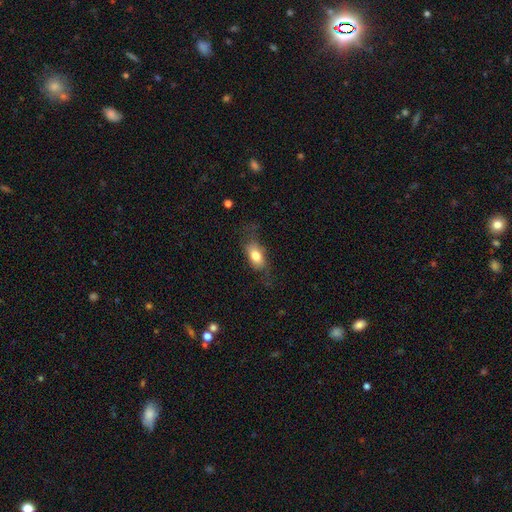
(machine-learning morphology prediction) Smooth or featured?
  - smooth: 76% *
  - featured or disk: 16%
  - star or artifact: 8%
How rounded?
  - in between: 85% *
  - round: 8%
  - cigar-shaped: 7%
Merging?
  - none: 58% *
  - minor disturbance: 25%
  - major disturbance: 15%
  - merger: 2%